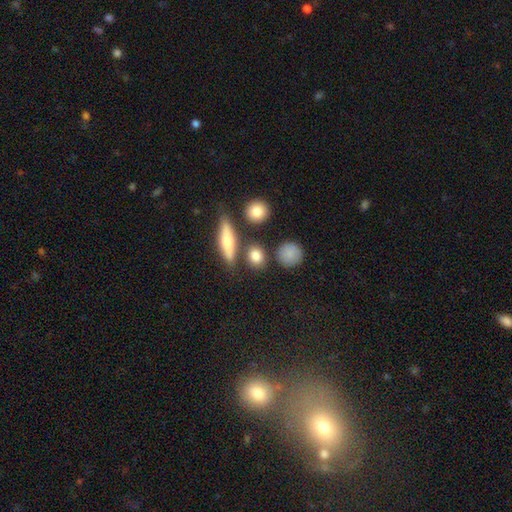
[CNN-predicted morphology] Smooth or featured? smooth (80%)
How rounded? round (53%)
Merging? none (78%)